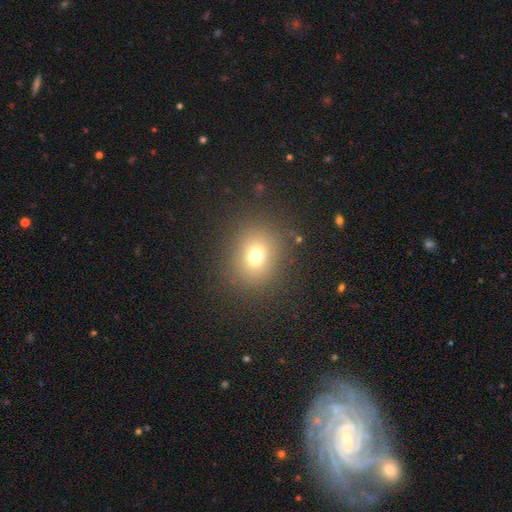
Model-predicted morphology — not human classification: smooth_or_featured: smooth (p=0.71) [alt: star or artifact p=0.18]
how_rounded: round (p=0.71) [alt: in between p=0.28]
merging: none (p=0.85) [alt: minor disturbance p=0.08]